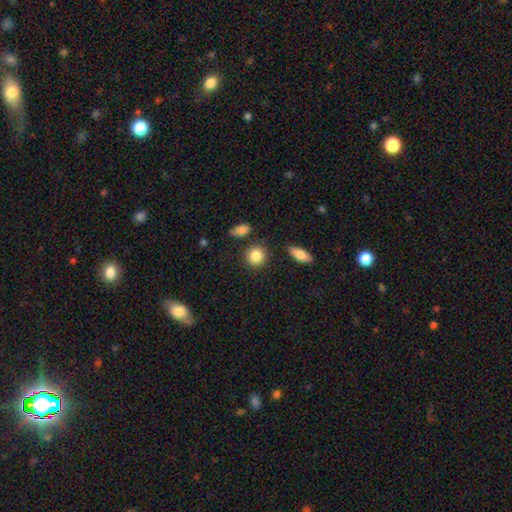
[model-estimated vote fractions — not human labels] Morphology: type=smooth (86%); roundness=round (82%); merging=none (83%).